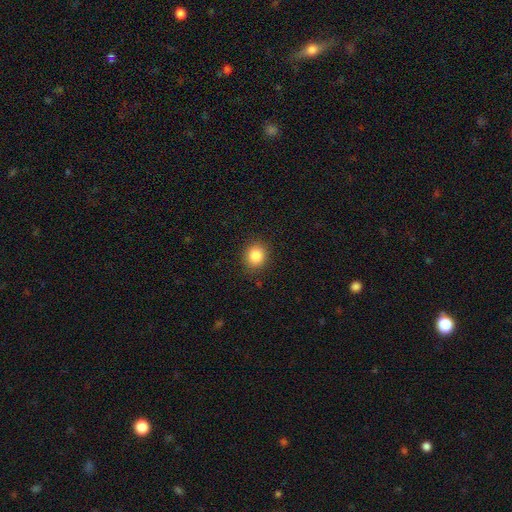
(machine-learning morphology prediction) Smooth or featured: smooth — 85% (star or artifact — 10%)
How rounded: round — 74% (in between — 25%)
Merging: none — 89% (minor disturbance — 8%)